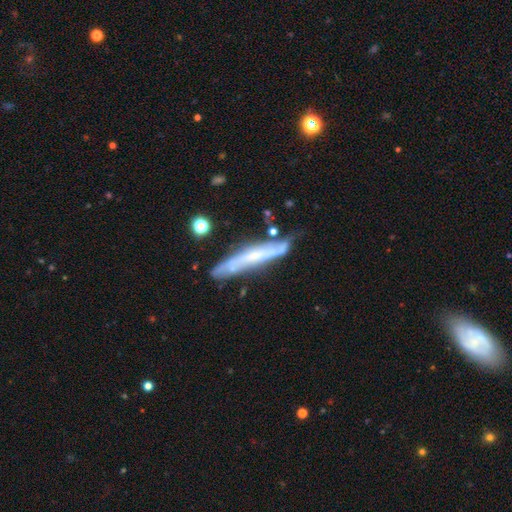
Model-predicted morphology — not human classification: This appears to be a featured or disk galaxy (57%) viewed edge-on (72%). Merging: none (66%).